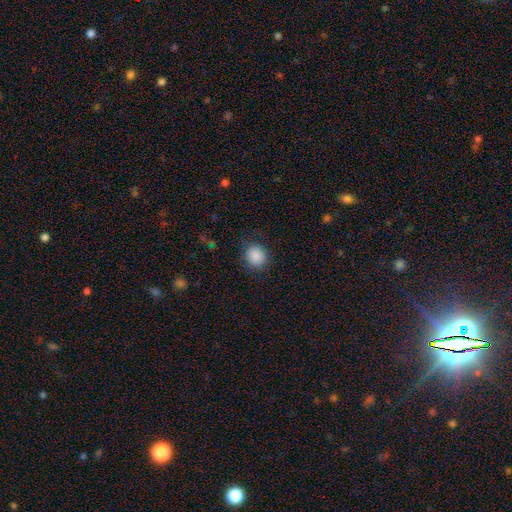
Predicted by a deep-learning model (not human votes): This is clearly a smooth galaxy (88%). How rounded: clearly round (83%). Merging: clearly none (83%).